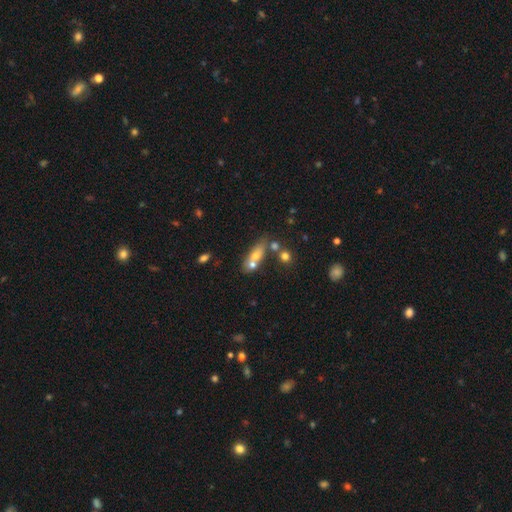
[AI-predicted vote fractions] Smooth or featured? smooth (61%)
How rounded? in between (59%)
Merging? merger (45%)